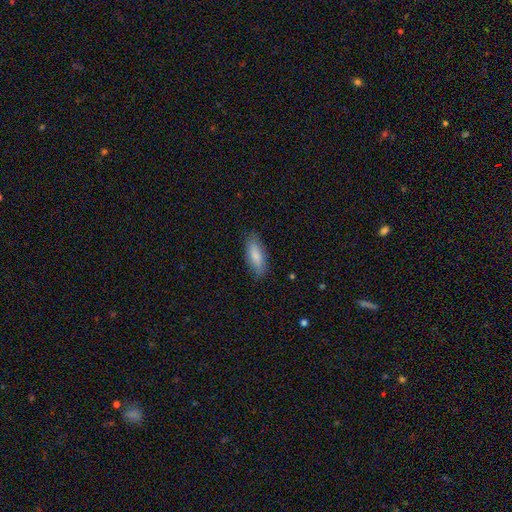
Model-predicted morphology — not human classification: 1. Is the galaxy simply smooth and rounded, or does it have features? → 81% smooth, 13% featured or disk, 6% star or artifact.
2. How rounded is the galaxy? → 71% in between, 27% cigar-shaped, 2% round.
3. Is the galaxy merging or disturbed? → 81% none, 15% minor disturbance, 3% major disturbance, 1% merger.